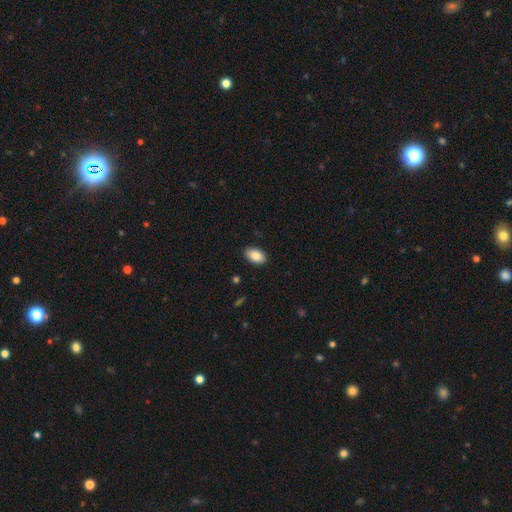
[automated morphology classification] type=smooth (88%); roundness=in between (93%); merging=none (88%).